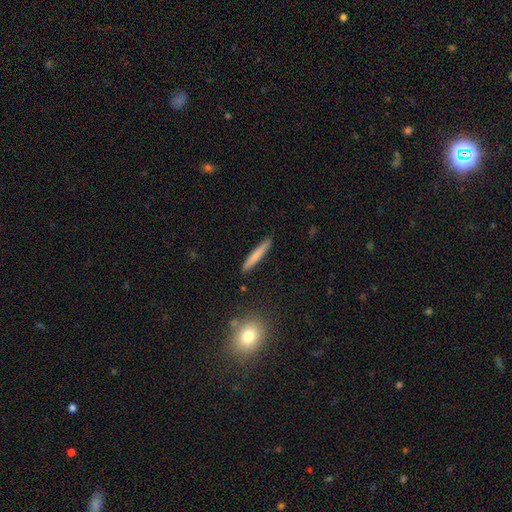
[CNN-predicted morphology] Smooth or featured: smooth — 72% (featured or disk — 22%)
How rounded: cigar-shaped — 94% (in between — 4%)
Merging: none — 89% (minor disturbance — 8%)